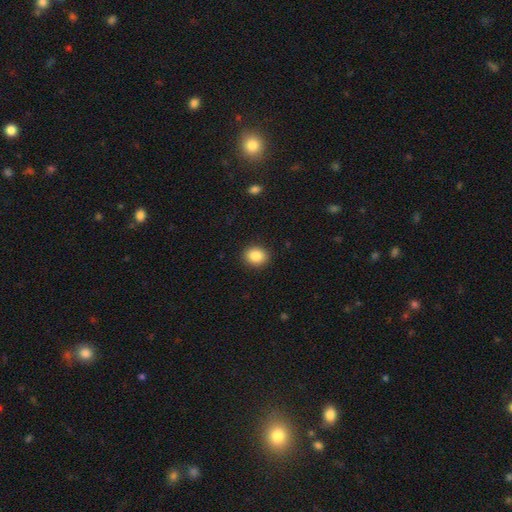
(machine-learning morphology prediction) A smooth galaxy with no disk features (87%) that is round (60%).

Vote fractions:
- Smooth or featured? smooth: 87% / star or artifact: 8% / featured or disk: 4%
- How rounded? round: 60% / in between: 39% / cigar-shaped: 1%
- Merging? none: 90% / minor disturbance: 7% / major disturbance: 2% / merger: 1%